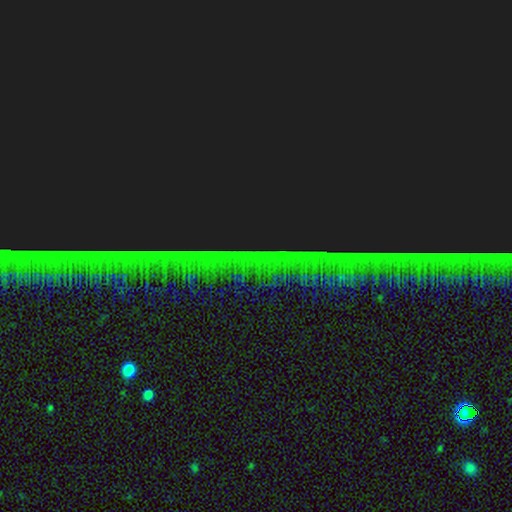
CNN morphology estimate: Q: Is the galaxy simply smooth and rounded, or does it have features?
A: star or artifact — 88%.